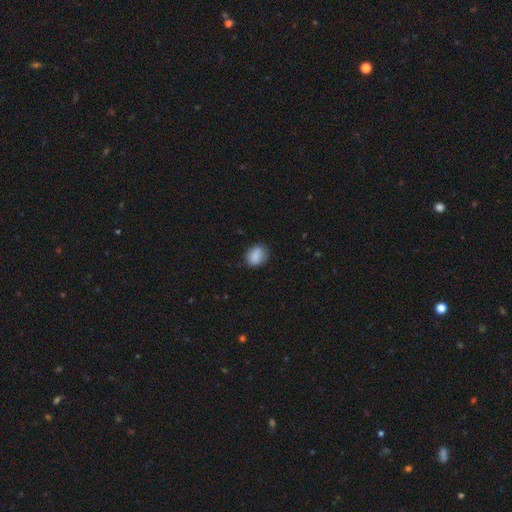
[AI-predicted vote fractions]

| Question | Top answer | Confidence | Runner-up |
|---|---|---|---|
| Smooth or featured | smooth | 87% | star or artifact (8%) |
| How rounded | in between | 60% | round (39%) |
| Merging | none | 77% | minor disturbance (18%) |